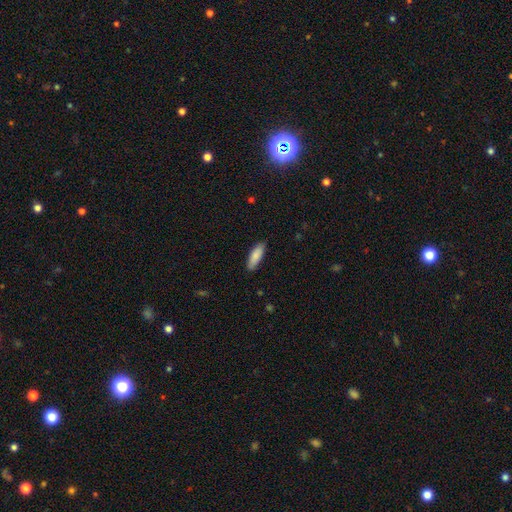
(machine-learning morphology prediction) This appears to be a smooth galaxy with no disk features (85%) that is in between round and cigar-shaped (59%). Merging: none (86%).